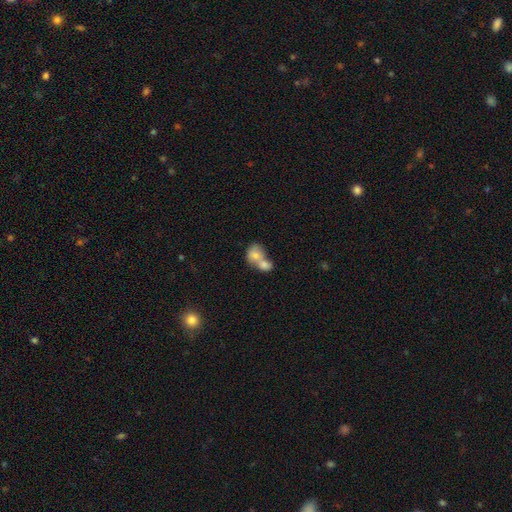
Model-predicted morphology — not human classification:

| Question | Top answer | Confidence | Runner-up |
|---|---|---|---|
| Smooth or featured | smooth | 74% | featured or disk (18%) |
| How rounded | round | 52% | in between (47%) |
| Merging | merger | 75% | none (17%) |